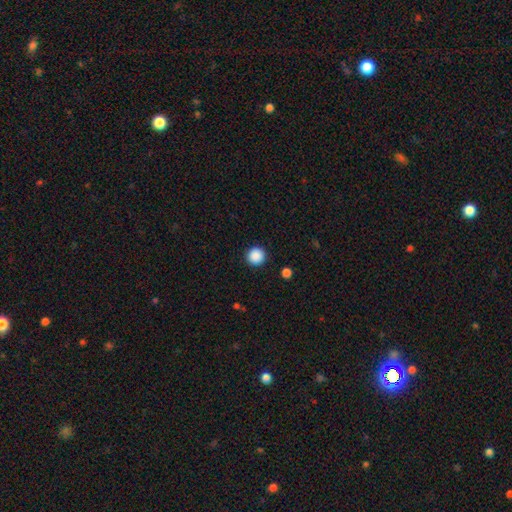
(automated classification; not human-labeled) Smooth or featured: smooth — 88% (star or artifact — 9%)
How rounded: round — 96% (in between — 3%)
Merging: none — 92% (minor disturbance — 5%)